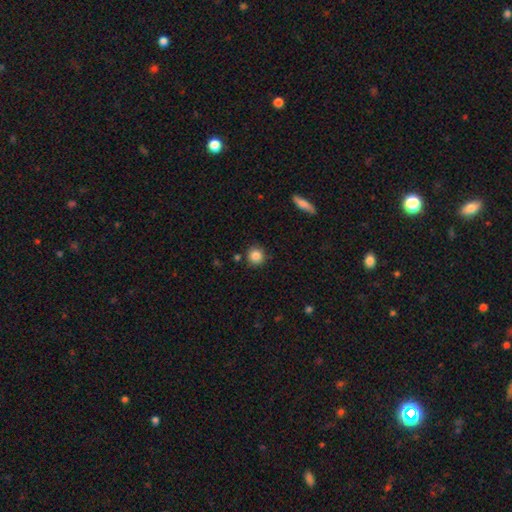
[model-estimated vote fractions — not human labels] This is clearly a smooth galaxy (86%). How rounded: clearly round (92%). Merging: clearly none (85%).